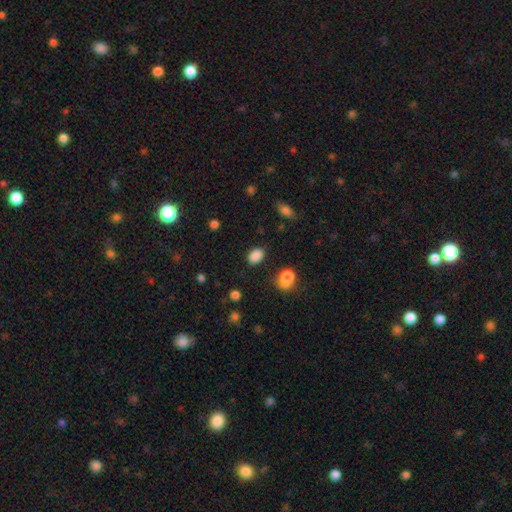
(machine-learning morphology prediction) smooth 85%, star or artifact 11%, featured or disk 4%. Down the decision tree: how rounded — in between (74%); merging — none (79%).